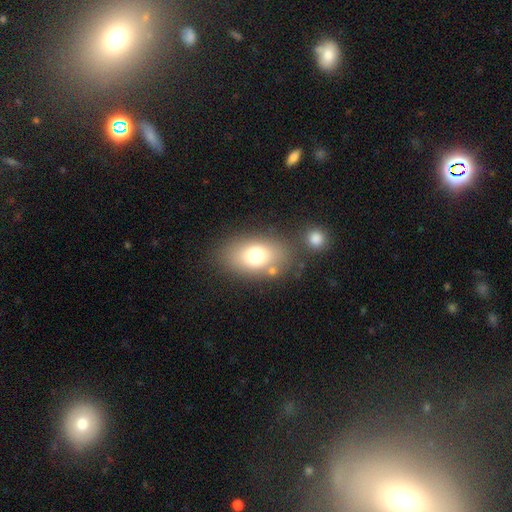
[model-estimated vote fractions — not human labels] smooth 73%, featured or disk 16%, star or artifact 11%. Down the decision tree: how rounded — in between (82%); merging — none (72%).